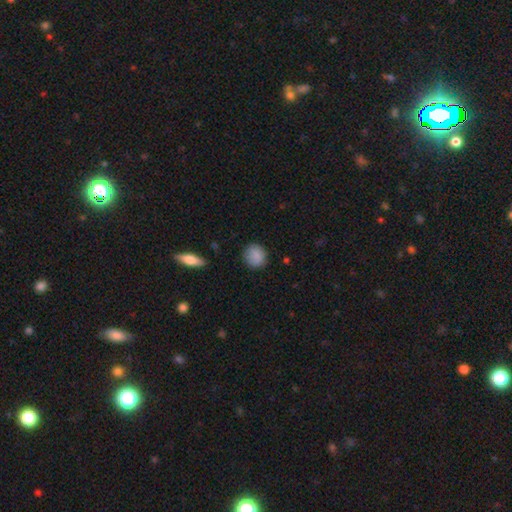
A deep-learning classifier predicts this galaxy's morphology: Overall: smooth (88%). How rounded: round (88%). Merging: none (86%).